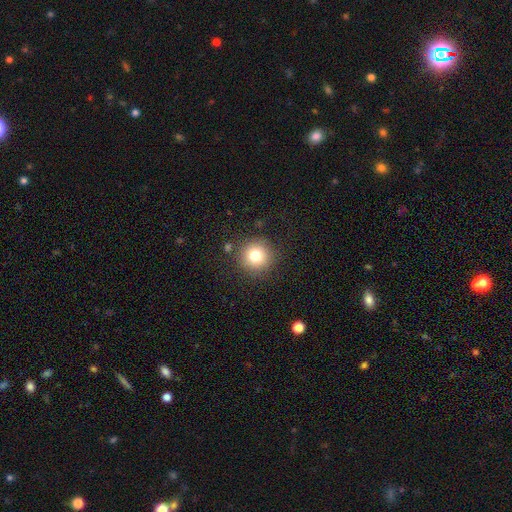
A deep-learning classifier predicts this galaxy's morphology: This appears to be a smooth galaxy with no disk features (77%) that is round (95%). Merging: none (87%).